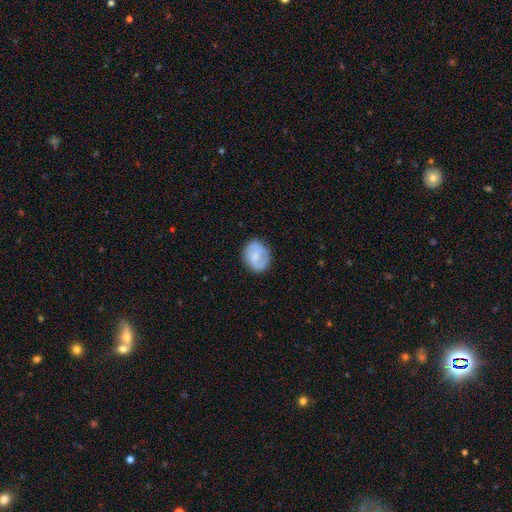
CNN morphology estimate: A smooth galaxy with no disk features (53%) that is round (57%). Merging: none (76%).